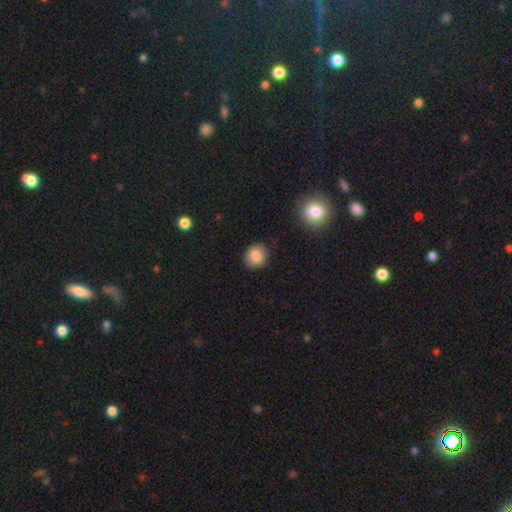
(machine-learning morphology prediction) type=smooth (84%); roundness=round (71%); merging=none (84%).